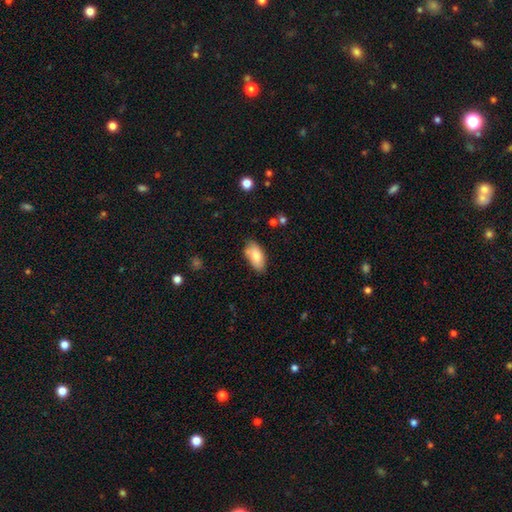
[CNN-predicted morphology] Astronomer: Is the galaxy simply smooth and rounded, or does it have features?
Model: smooth — 81%.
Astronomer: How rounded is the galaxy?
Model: in between — 93%.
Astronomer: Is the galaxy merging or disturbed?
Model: none — 71%.